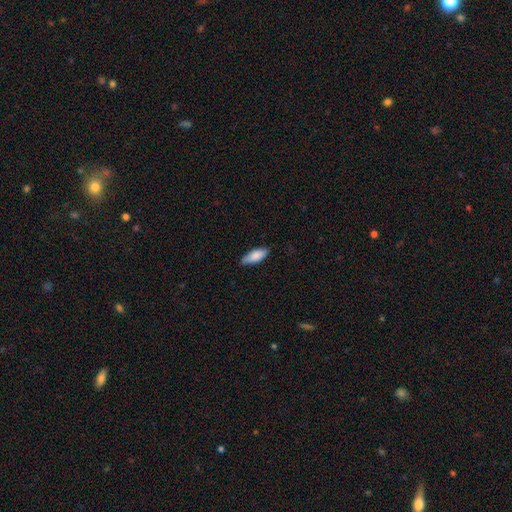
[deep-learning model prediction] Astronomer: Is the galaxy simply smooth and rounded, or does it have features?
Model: smooth — 85%.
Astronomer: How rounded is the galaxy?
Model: in between — 73%.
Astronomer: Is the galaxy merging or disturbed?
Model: none — 79%.